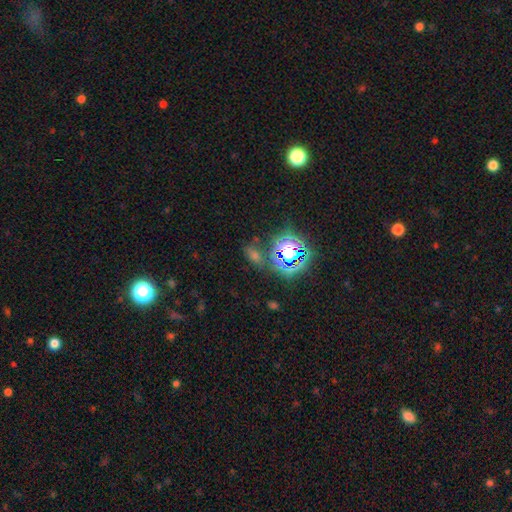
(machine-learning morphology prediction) Smooth or featured: star or artifact — 63% (smooth — 27%)